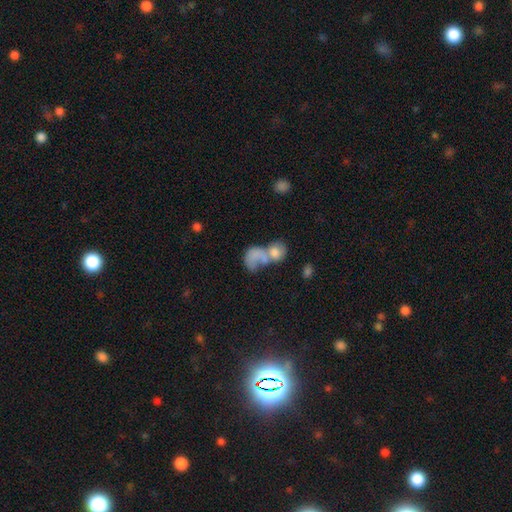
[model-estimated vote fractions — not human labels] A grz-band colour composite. It shows a smooth galaxy with no disk features (67%) that is in between round and cigar-shaped (65%). Merging: merger (67%).